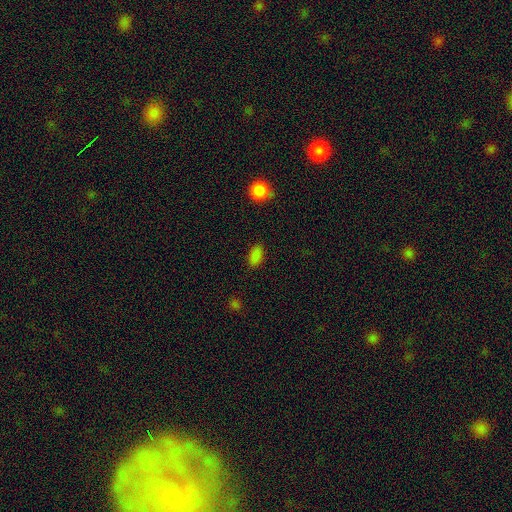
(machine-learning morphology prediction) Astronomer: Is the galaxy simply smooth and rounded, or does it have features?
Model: smooth — 84%.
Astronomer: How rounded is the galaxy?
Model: in between — 91%.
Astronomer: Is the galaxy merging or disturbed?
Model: none — 86%.